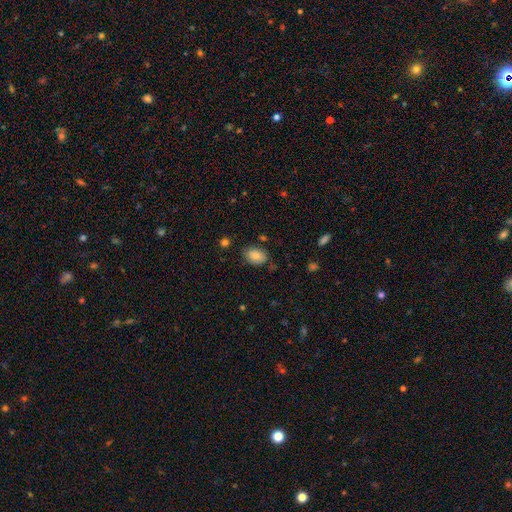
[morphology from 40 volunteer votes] This appears to be a smooth galaxy with no disk features (85%) that is in between round and cigar-shaped (79%). Merging: none (72%).